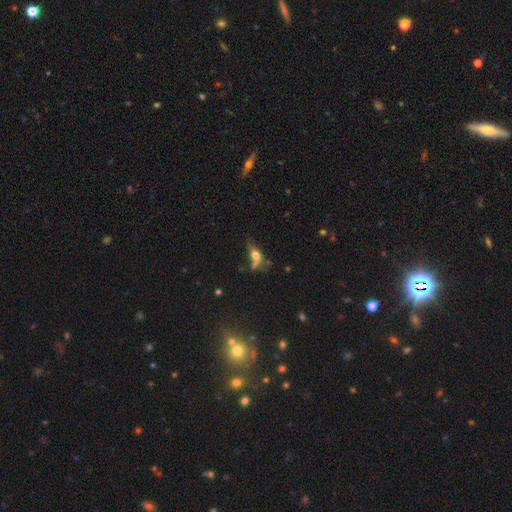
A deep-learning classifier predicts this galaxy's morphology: smooth 54%, featured or disk 31%, star or artifact 15%. Down the decision tree: how rounded — in between (63%); merging — none (30%).